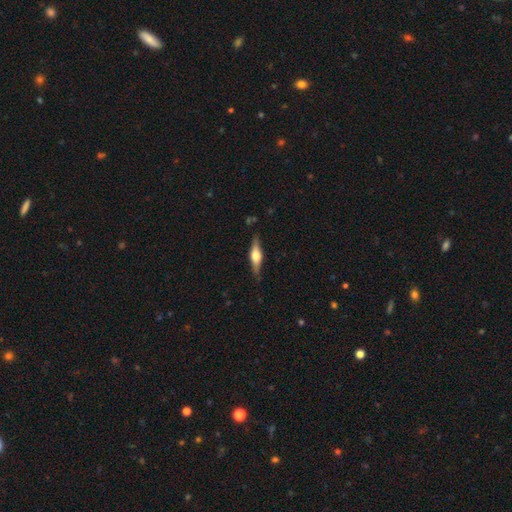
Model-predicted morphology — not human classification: The model was most divided on "smooth or featured": featured or disk: 66%, smooth: 29%, star or artifact: 6%. More confident: edge-on disk — yes (96%); edge-on bulge — rounded (92%); merging — none (84%).